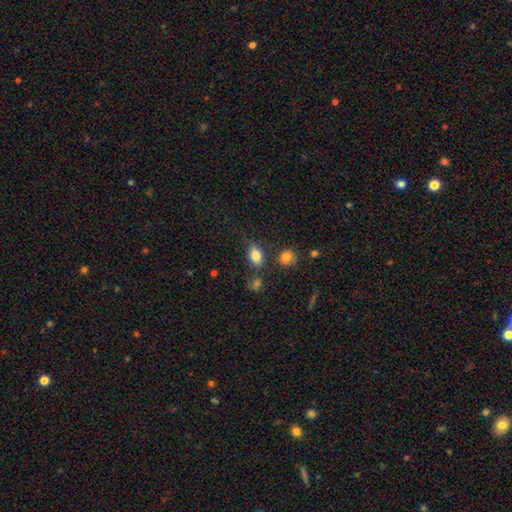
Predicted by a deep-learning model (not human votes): Q: Smooth or featured?
A: smooth (83%); runner-up: star or artifact (9%)
Q: How rounded?
A: in between (85%); runner-up: round (12%)
Q: Merging?
A: none (69%); runner-up: minor disturbance (18%)